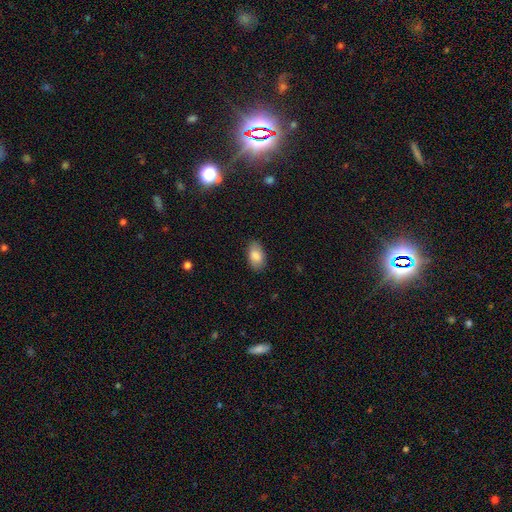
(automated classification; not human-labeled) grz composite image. It shows a smooth galaxy with no disk features (85%) that is in between round and cigar-shaped (93%). Merging: none (85%).